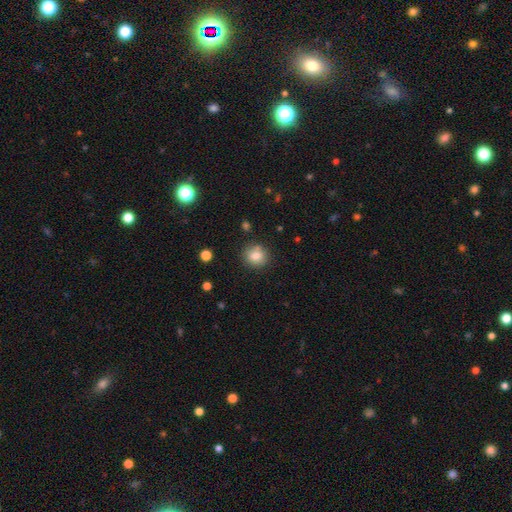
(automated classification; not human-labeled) Smooth or featured? Predicted: smooth (p=0.82). How rounded? Predicted: round (p=0.81). Merging? Predicted: none (p=0.80).